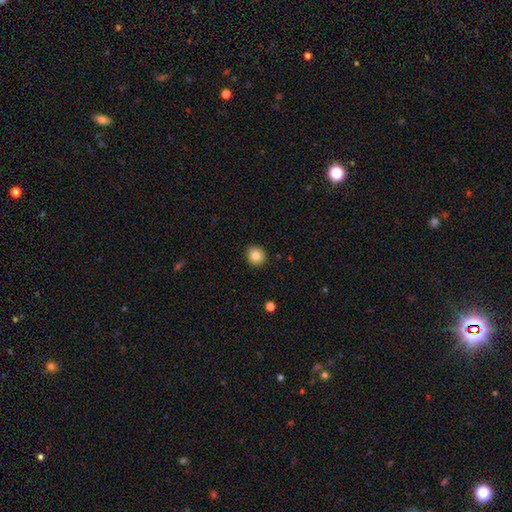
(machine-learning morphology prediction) Q: Smooth or featured?
A: smooth (83%); runner-up: star or artifact (10%)
Q: How rounded?
A: round (87%); runner-up: in between (12%)
Q: Merging?
A: none (92%); runner-up: minor disturbance (6%)